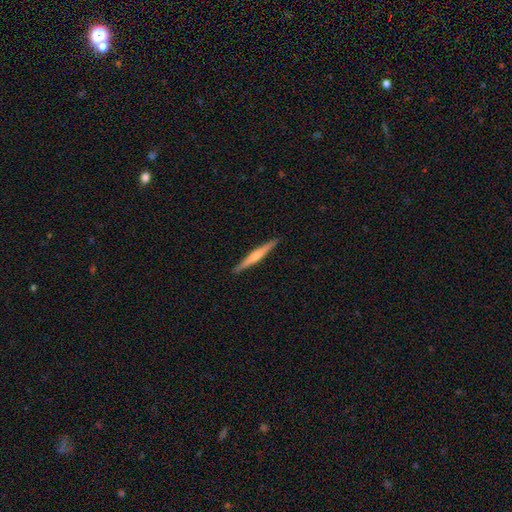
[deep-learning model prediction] smooth-or-featured: featured or disk: 54% | smooth: 41% | star or artifact: 5%
  disk-edge-on: yes: 98% | no: 2%
    edge-on-bulge: rounded: 57% | none: 29% | boxy: 14%
  merging: none: 92% | minor disturbance: 6% | major disturbance: 1% | merger: 1%